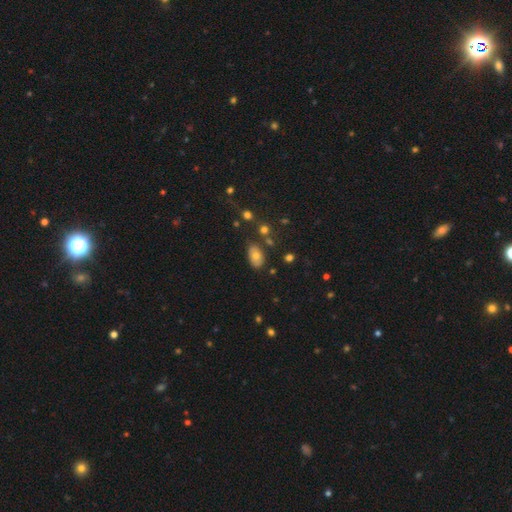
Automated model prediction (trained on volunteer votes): This appears to be a smooth galaxy with no disk features (69%) that is in between round and cigar-shaped (89%). Merging: none (73%).